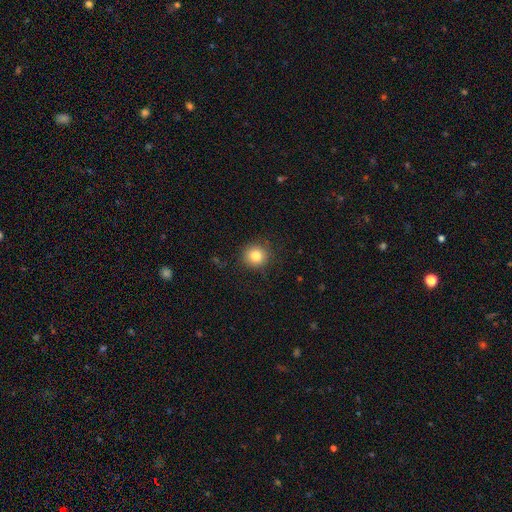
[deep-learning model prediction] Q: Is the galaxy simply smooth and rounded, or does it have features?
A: smooth — 82%.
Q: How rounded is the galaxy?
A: round — 92%.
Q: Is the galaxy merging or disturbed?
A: none — 89%.